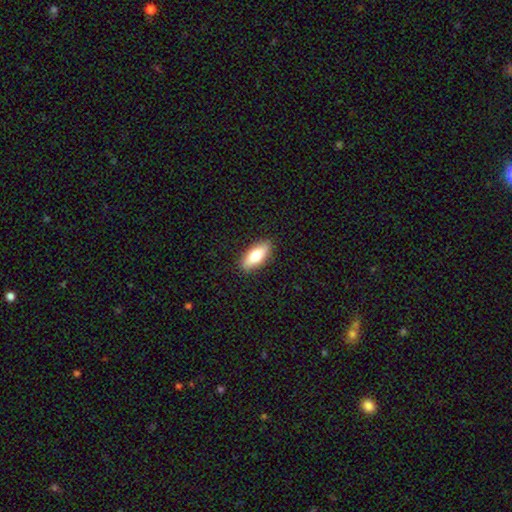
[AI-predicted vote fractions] Smooth or featured: smooth — 73% (featured or disk — 21%)
How rounded: in between — 74% (cigar-shaped — 23%)
Merging: none — 89% (minor disturbance — 8%)